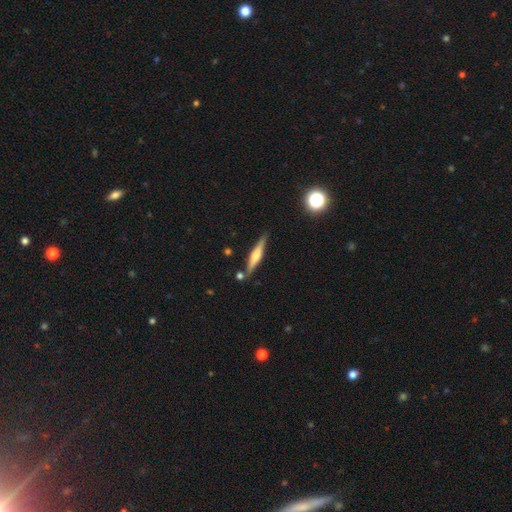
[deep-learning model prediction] featured or disk 60%, smooth 34%, star or artifact 6%. Down the decision tree: edge-on disk — yes (96%); edge-on bulge — rounded (82%); merging — none (82%).